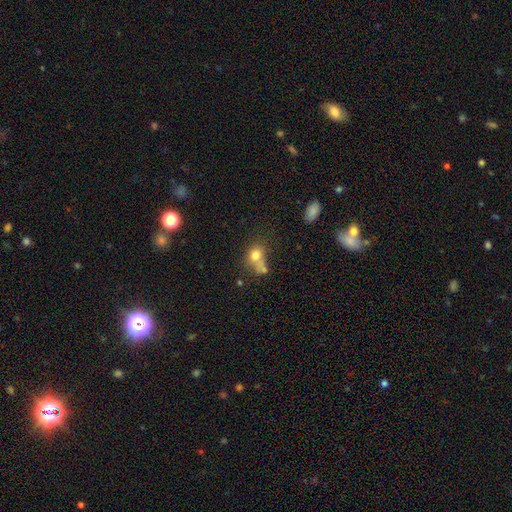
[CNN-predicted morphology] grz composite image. It shows a smooth galaxy with no disk features (74%) that is round (58%). Merging: none (37%).